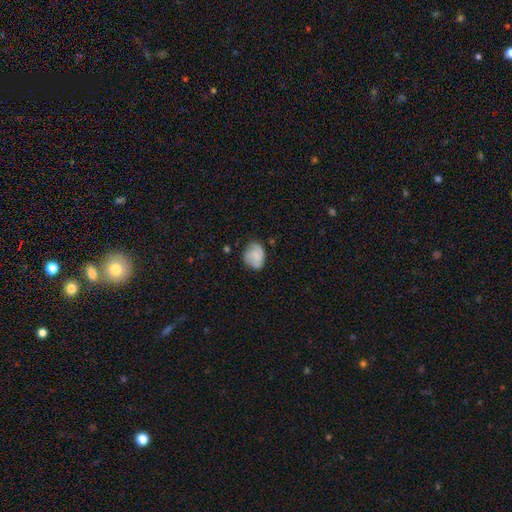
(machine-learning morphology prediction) smooth 65%, featured or disk 27%, star or artifact 8%. Down the decision tree: how rounded — in between (52%); merging — none (62%).